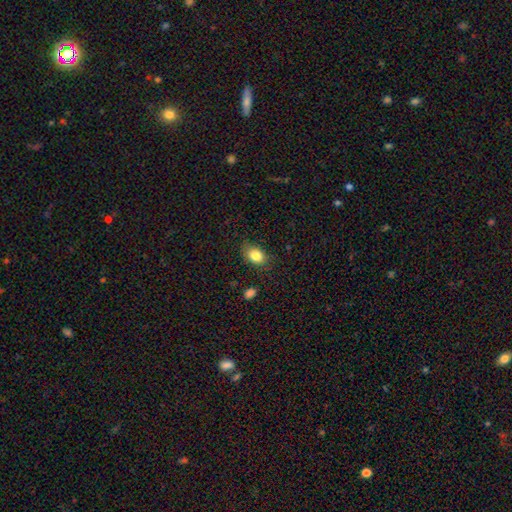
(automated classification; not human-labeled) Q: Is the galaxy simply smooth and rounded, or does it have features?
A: smooth — 85%.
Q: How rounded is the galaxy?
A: in between — 77%.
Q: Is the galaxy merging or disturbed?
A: none — 77%.